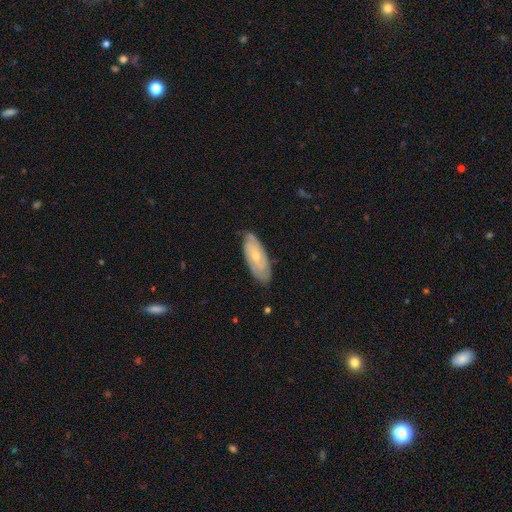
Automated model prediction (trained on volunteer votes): A featured or disk galaxy (65%) with no bar (73%), spiral arms (85%) and a small central bulge (62%).

Vote fractions:
- Smooth or featured? featured or disk: 65% / smooth: 30% / star or artifact: 6%
- Edge-on disk? no: 88% / yes: 12%
- Bar? no: 73% / weak: 23% / strong: 5%
- Spiral arms? yes: 85% / no: 15%
- Bulge size? small: 62% / moderate: 35% / none: 2% / large: 1% / dominant: 1%
- Merging? none: 77% / minor disturbance: 18% / major disturbance: 3% / merger: 1%